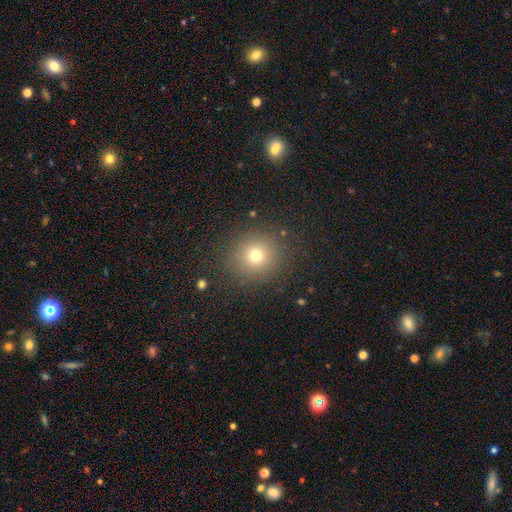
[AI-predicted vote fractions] Smooth or featured?
  - smooth: 71% *
  - star or artifact: 19%
  - featured or disk: 10%
How rounded?
  - round: 92% *
  - in between: 7%
  - cigar-shaped: 1%
Merging?
  - none: 87% *
  - minor disturbance: 7%
  - major disturbance: 4%
  - merger: 1%